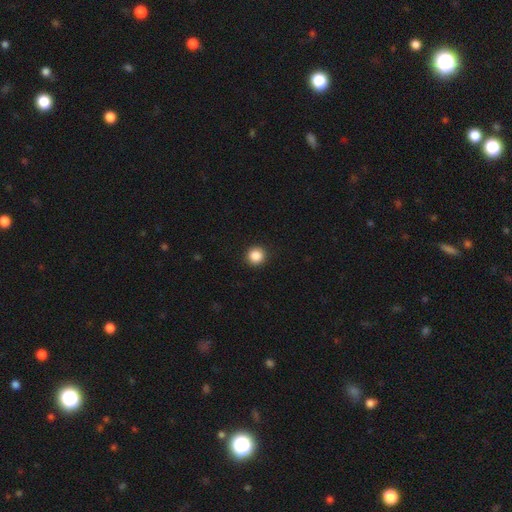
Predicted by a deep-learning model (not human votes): This is clearly a smooth galaxy (88%). How rounded: clearly round (94%). Merging: clearly none (92%).